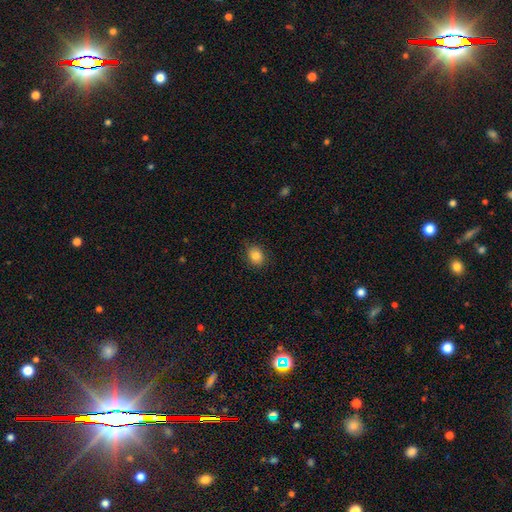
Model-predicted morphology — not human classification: Smooth or featured? smooth (85%)
How rounded? in between (54%)
Merging? none (82%)